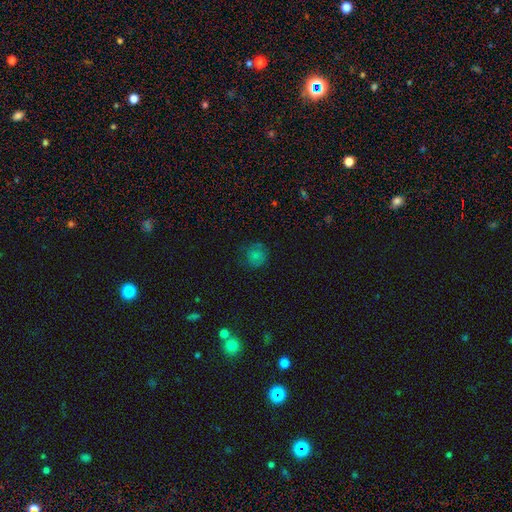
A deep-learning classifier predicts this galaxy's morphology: smooth_or_featured: smooth (p=0.73) [alt: featured or disk p=0.14]
how_rounded: round (p=0.88) [alt: in between p=0.11]
merging: none (p=0.69) [alt: minor disturbance p=0.21]